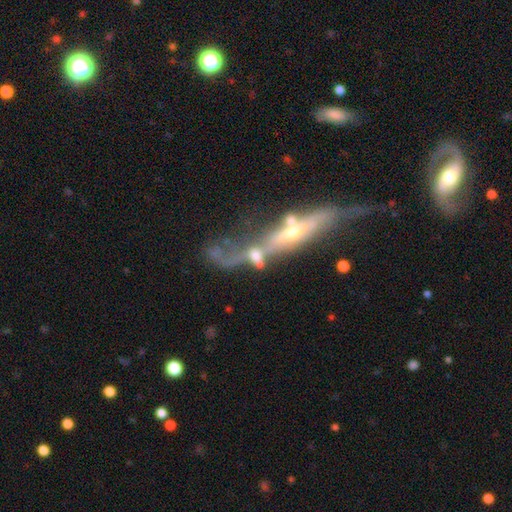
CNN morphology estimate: Smooth or featured? featured or disk (59%)
Edge-on disk? no (55%)
Merging? merger (62%)